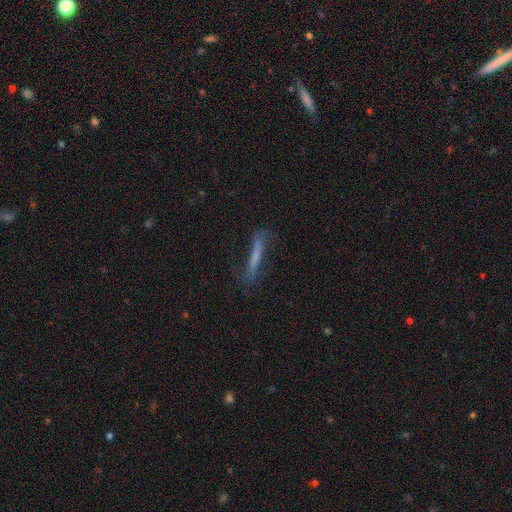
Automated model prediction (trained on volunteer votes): smooth-or-featured: smooth: 51% | featured or disk: 38% | star or artifact: 11%
  how-rounded: cigar-shaped: 94% | in between: 4% | round: 2%
  merging: none: 72% | minor disturbance: 18% | major disturbance: 7% | merger: 2%